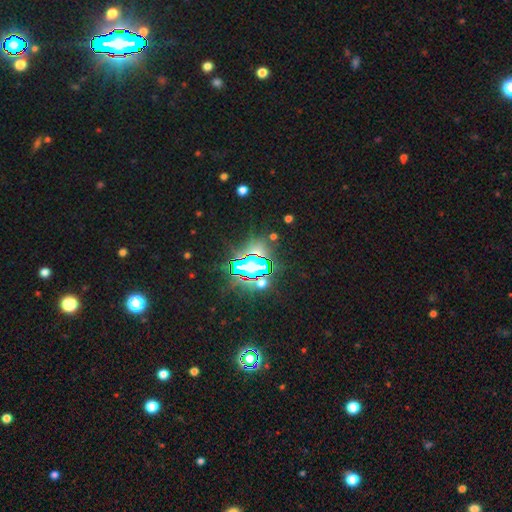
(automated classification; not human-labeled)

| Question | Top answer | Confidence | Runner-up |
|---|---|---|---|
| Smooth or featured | star or artifact | 78% | smooth (12%) |